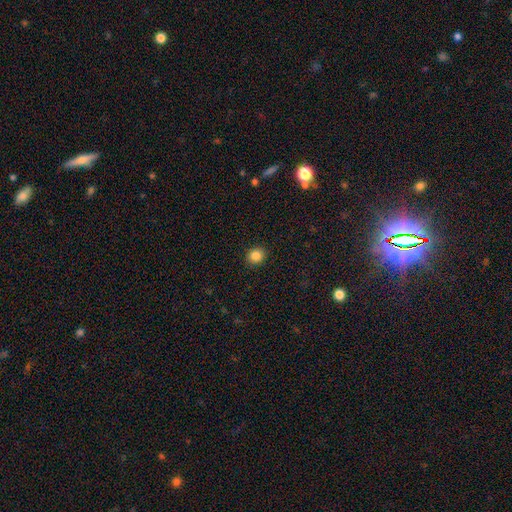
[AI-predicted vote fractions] smooth_or_featured: smooth (p=0.85) [alt: star or artifact p=0.11]
how_rounded: round (p=0.86) [alt: in between p=0.13]
merging: none (p=0.92) [alt: minor disturbance p=0.06]